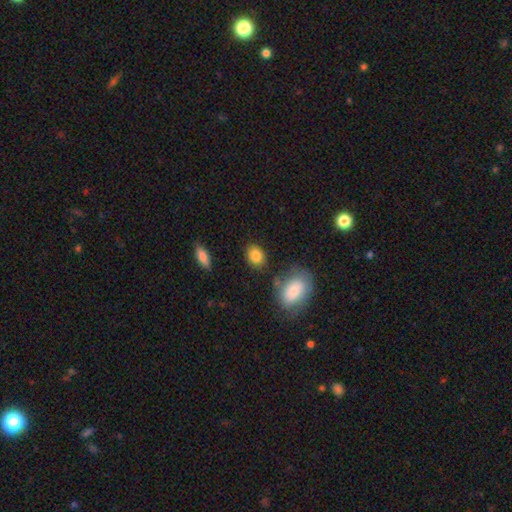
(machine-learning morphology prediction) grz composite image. It shows a smooth galaxy with no disk features (86%) that is in between round and cigar-shaped (66%). Merging: none (80%).